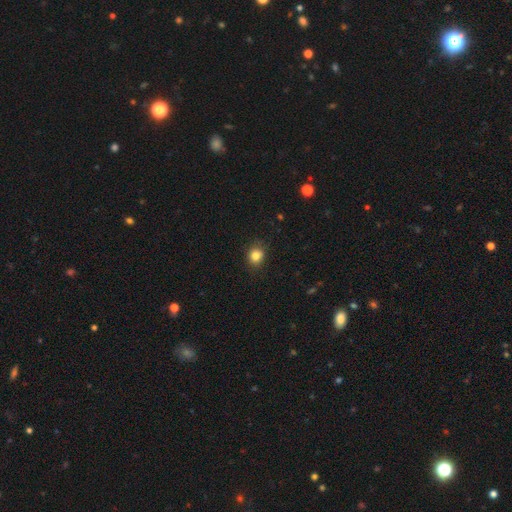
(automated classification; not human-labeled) Smooth or featured?
  - smooth: 83% *
  - star or artifact: 12%
  - featured or disk: 6%
How rounded?
  - round: 70% *
  - in between: 29%
  - cigar-shaped: 1%
Merging?
  - none: 84% *
  - minor disturbance: 13%
  - major disturbance: 3%
  - merger: 1%